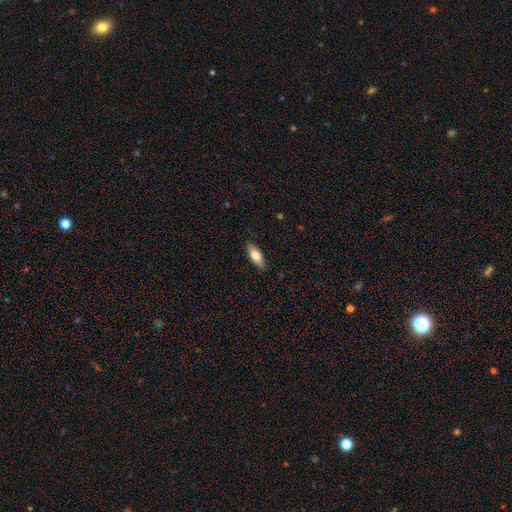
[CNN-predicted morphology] Overall: smooth (75%). How rounded: in between (76%). Merging: none (87%).